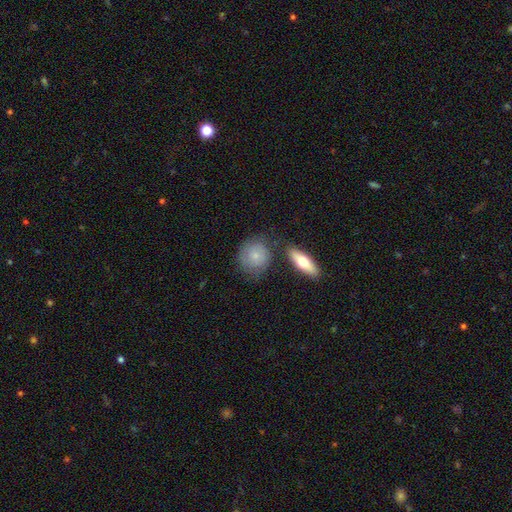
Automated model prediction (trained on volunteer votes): smooth-or-featured: smooth: 65% | featured or disk: 28% | star or artifact: 7%
  how-rounded: round: 79% | in between: 19% | cigar-shaped: 2%
  merging: none: 69% | minor disturbance: 17% | merger: 8% | major disturbance: 5%